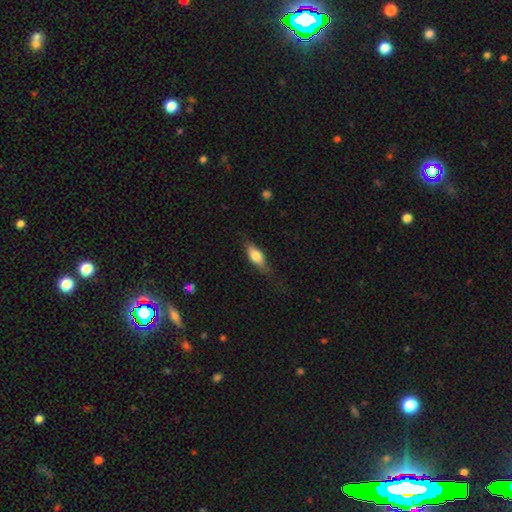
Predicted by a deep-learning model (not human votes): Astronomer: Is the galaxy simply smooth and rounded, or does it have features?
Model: smooth — 71%.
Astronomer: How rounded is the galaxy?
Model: in between — 70%.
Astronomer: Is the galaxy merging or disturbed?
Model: none — 68%.